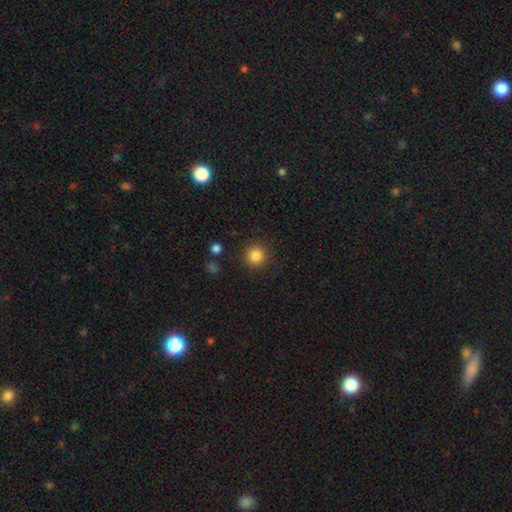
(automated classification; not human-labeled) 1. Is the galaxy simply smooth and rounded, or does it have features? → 85% smooth, 11% star or artifact, 4% featured or disk.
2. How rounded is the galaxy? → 93% round, 6% in between, 1% cigar-shaped.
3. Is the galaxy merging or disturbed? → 89% none, 7% minor disturbance, 3% major disturbance, 2% merger.